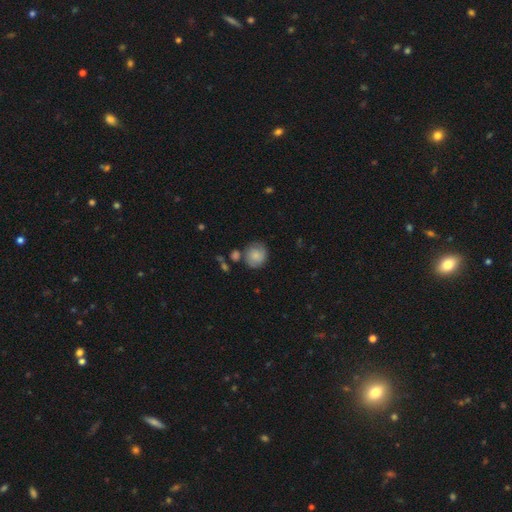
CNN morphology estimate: A smooth galaxy with no disk features (74%) that is round (84%).

Vote fractions:
- Smooth or featured? smooth: 74% / featured or disk: 18% / star or artifact: 8%
- How rounded? round: 84% / in between: 15% / cigar-shaped: 1%
- Merging? none: 70% / minor disturbance: 17% / merger: 8% / major disturbance: 5%